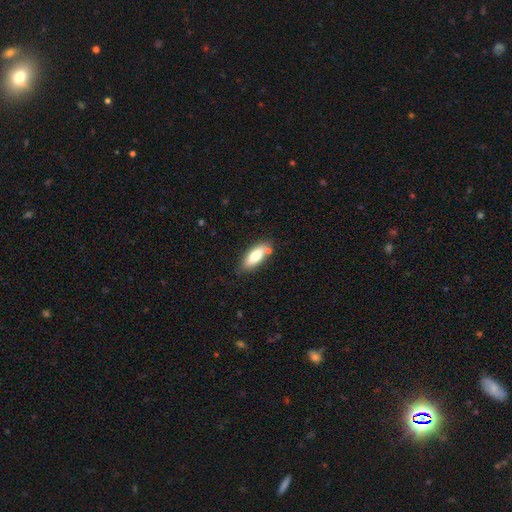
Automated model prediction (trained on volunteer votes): smooth_or_featured: smooth (p=0.78) [alt: featured or disk p=0.15]
how_rounded: in between (p=0.72) [alt: cigar-shaped p=0.26]
merging: none (p=0.75) [alt: minor disturbance p=0.15]